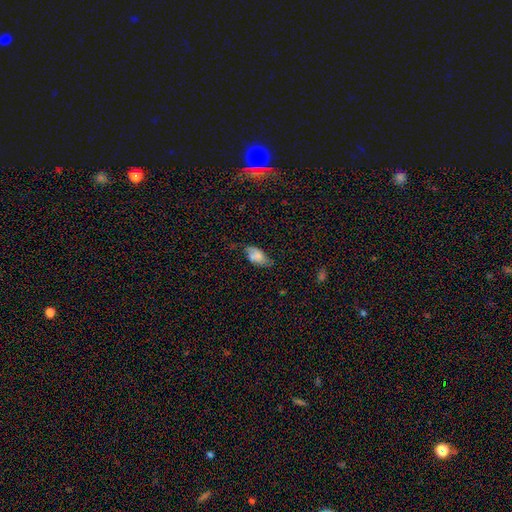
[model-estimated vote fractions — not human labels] Morphology: type=smooth (68%); roundness=in between (92%); merging=none (53%).